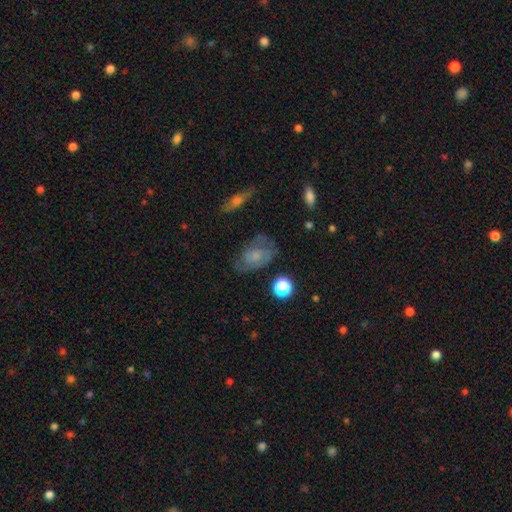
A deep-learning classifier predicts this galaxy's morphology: Smooth or featured? featured or disk (49%)
Merging? none (61%)